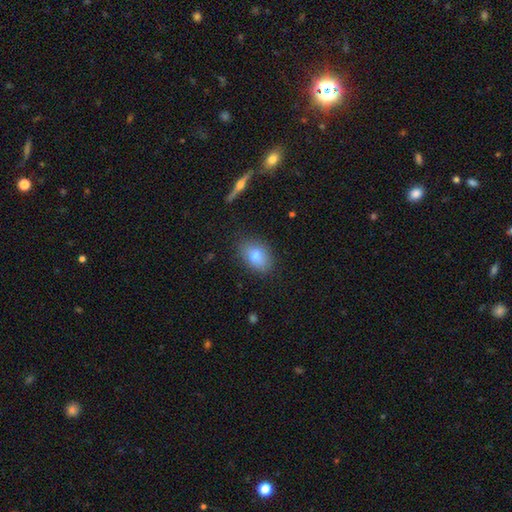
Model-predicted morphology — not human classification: Smooth or featured: smooth — 78% (featured or disk — 13%)
How rounded: in between — 82% (round — 16%)
Merging: none — 79% (minor disturbance — 15%)